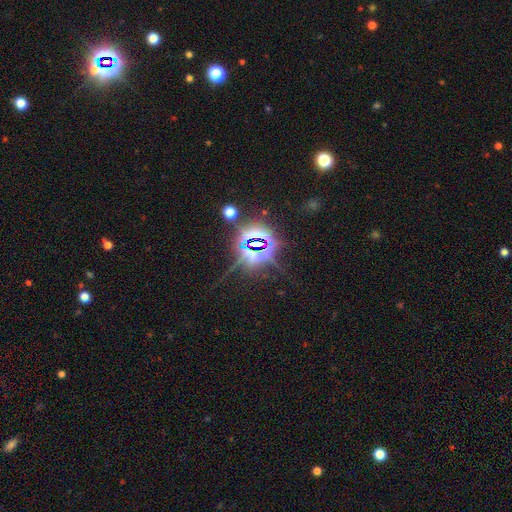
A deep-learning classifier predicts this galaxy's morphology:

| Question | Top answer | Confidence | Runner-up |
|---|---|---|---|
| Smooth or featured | star or artifact | 84% | featured or disk (9%) |